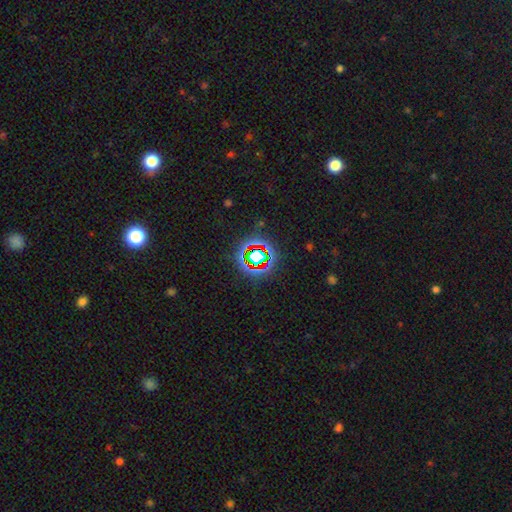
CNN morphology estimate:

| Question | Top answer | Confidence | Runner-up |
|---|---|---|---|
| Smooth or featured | star or artifact | 70% | smooth (18%) |